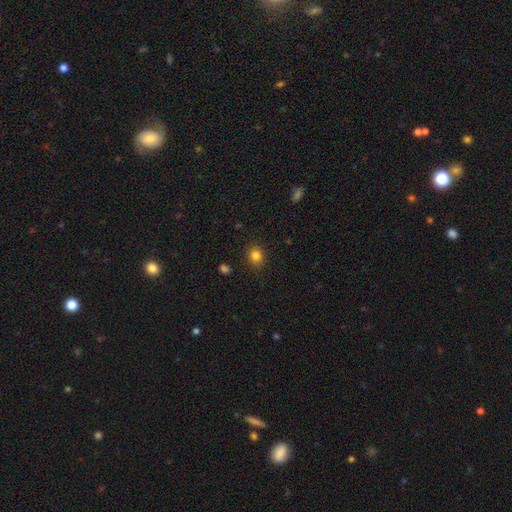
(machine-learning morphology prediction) type=smooth (83%); roundness=round (69%); merging=none (89%).